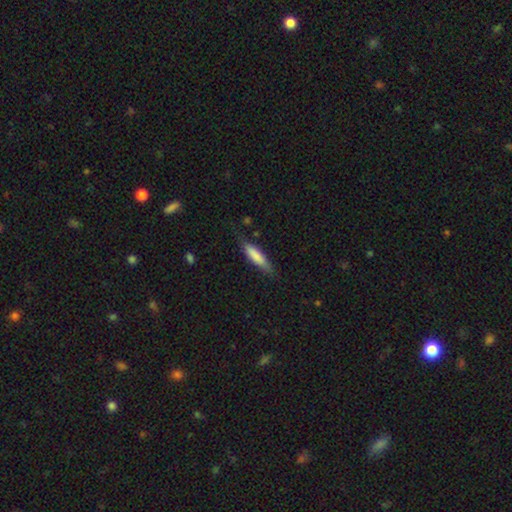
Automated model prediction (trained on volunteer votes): smooth 79%, featured or disk 16%, star or artifact 6%. Down the decision tree: how rounded — cigar-shaped (70%); merging — none (74%).